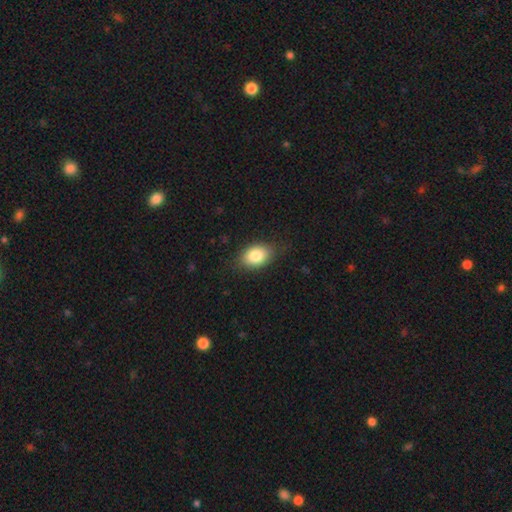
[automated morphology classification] type=smooth (82%); roundness=in between (79%); merging=none (75%).